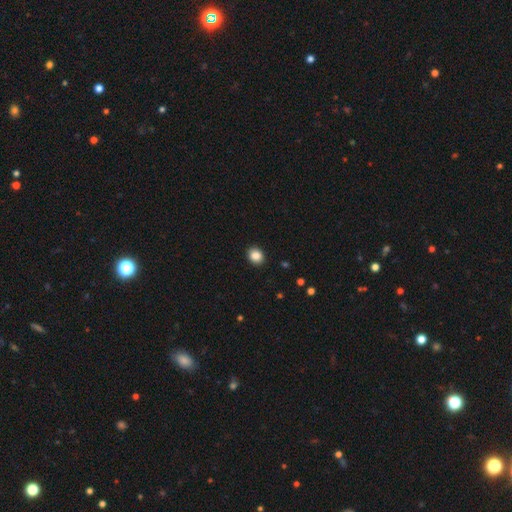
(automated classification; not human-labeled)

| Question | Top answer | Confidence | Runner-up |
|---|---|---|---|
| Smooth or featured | smooth | 88% | star or artifact (9%) |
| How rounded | round | 60% | in between (39%) |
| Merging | none | 91% | minor disturbance (6%) |